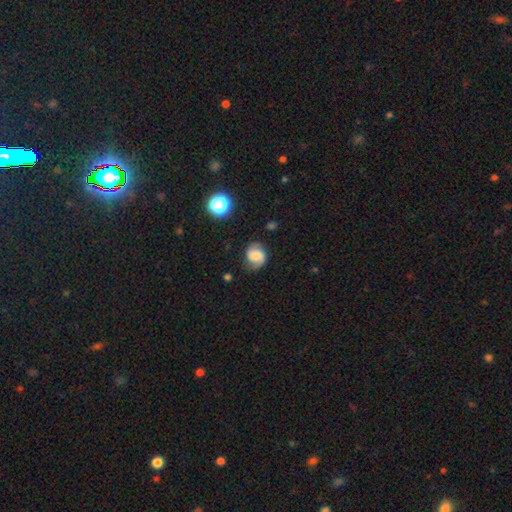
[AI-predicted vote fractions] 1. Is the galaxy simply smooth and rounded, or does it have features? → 46% smooth, 44% featured or disk, 10% star or artifact.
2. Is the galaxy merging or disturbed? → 69% none, 22% minor disturbance, 7% major disturbance, 2% merger.